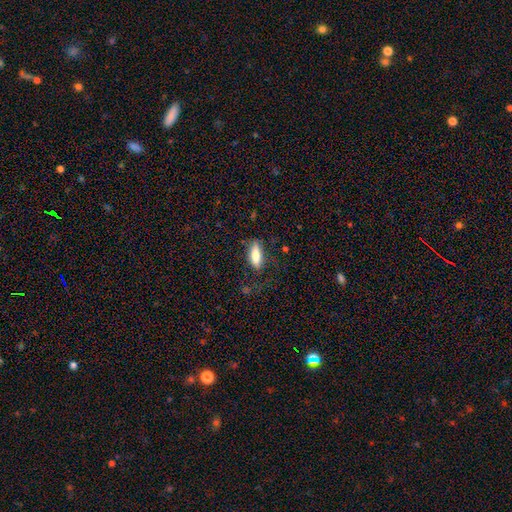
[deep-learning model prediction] Smooth or featured?
  - smooth: 75% *
  - featured or disk: 19%
  - star or artifact: 7%
How rounded?
  - in between: 59% *
  - cigar-shaped: 39%
  - round: 2%
Merging?
  - none: 69% *
  - minor disturbance: 21%
  - major disturbance: 8%
  - merger: 2%